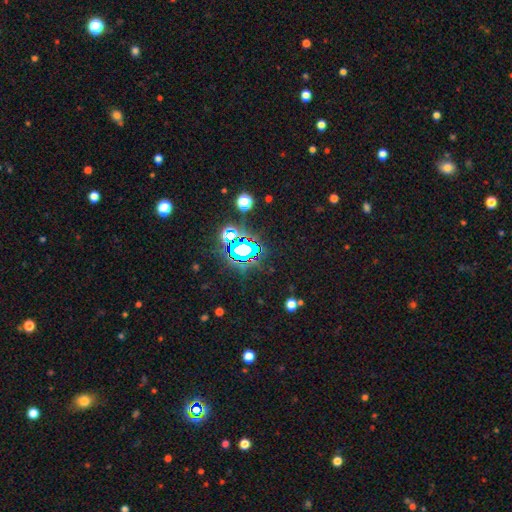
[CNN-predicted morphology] A star or artifact, not a galaxy (77%).